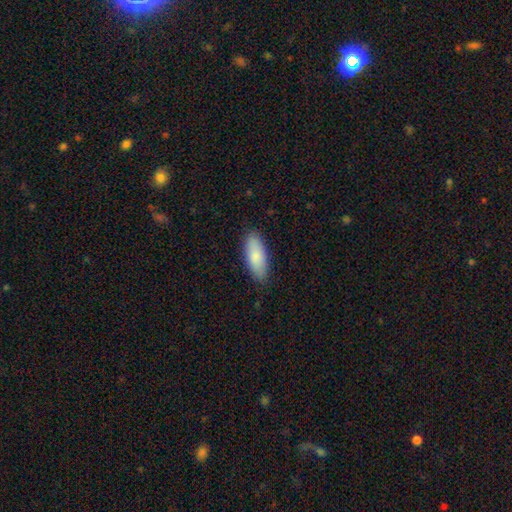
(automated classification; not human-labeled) Morphology: type=smooth (86%); roundness=in between (78%); merging=none (86%).